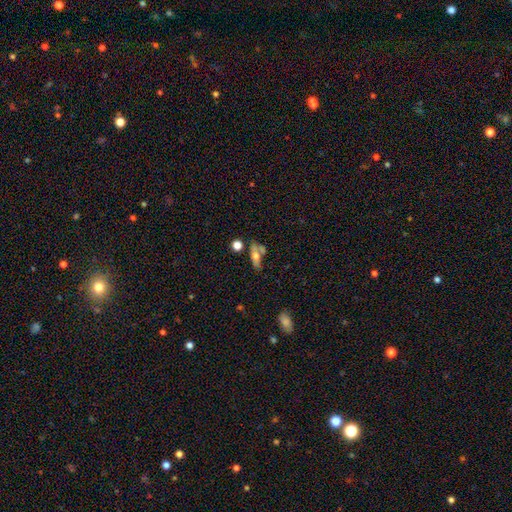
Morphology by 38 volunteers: Volunteers were most divided on "smooth or featured": featured or disk: 55%, smooth: 39%, star or artifact: 5%. Remaining: edge-on bulge — rounded (100%); edge-on disk — yes (76%); merging — none (44%).